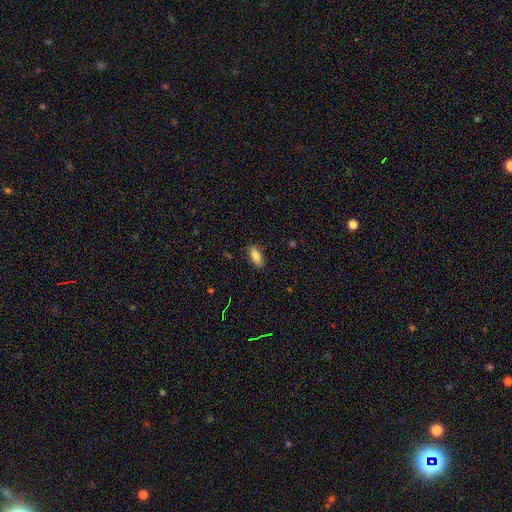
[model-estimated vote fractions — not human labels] Morphology: type=smooth (82%); roundness=in between (86%); merging=none (85%).